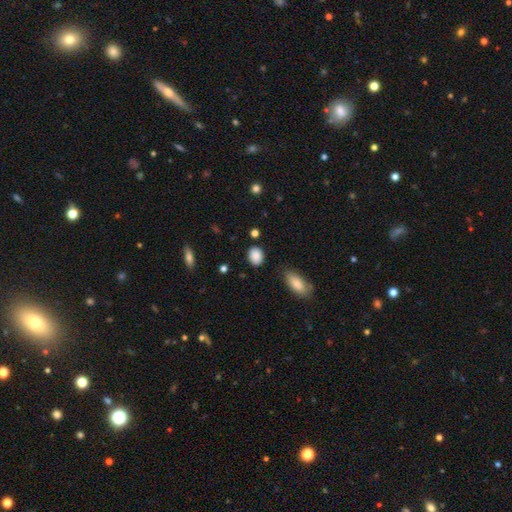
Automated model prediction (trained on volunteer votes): This appears to be a smooth galaxy with no disk features (88%) that is round (50%). Merging: none (83%).